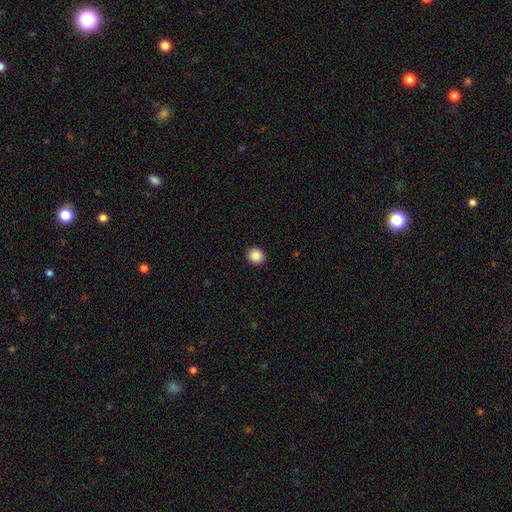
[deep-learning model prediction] Q: Smooth or featured?
A: smooth (87%); runner-up: star or artifact (9%)
Q: How rounded?
A: round (86%); runner-up: in between (13%)
Q: Merging?
A: none (93%); runner-up: minor disturbance (5%)